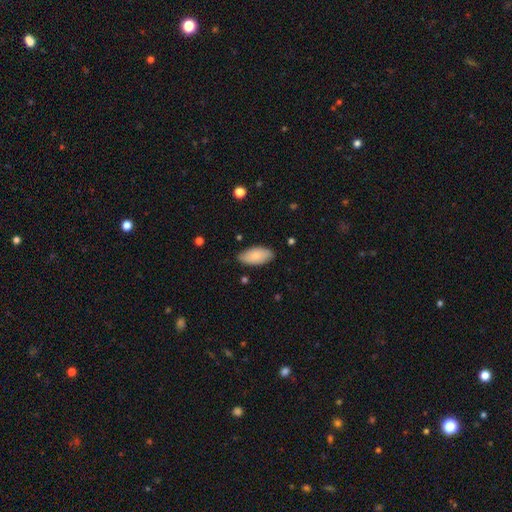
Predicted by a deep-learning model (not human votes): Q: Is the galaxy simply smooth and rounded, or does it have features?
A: smooth — 79%.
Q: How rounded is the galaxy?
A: in between — 94%.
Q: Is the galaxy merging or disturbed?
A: none — 82%.